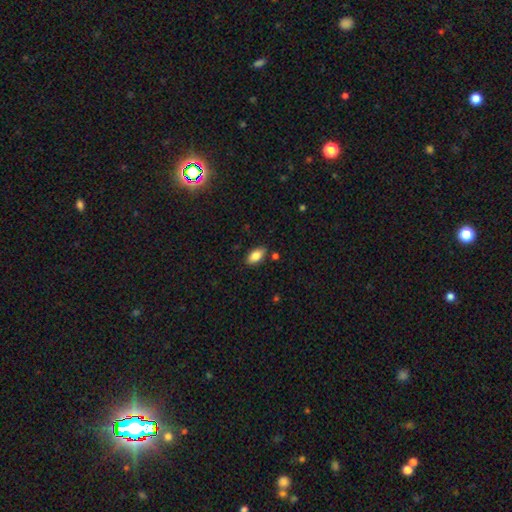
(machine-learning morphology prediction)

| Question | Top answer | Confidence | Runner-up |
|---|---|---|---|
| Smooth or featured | smooth | 84% | featured or disk (8%) |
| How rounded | in between | 92% | cigar-shaped (4%) |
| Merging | none | 84% | minor disturbance (11%) |